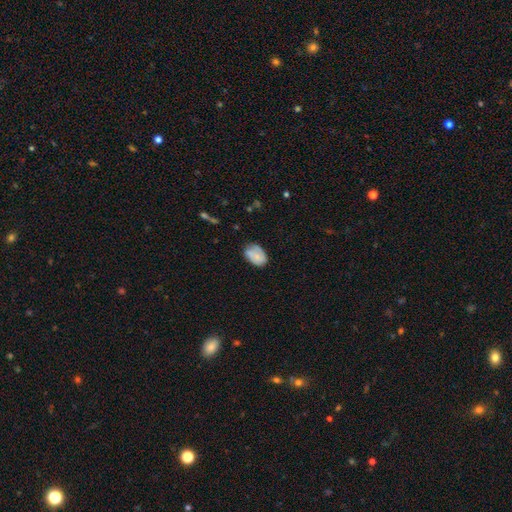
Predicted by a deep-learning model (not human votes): Smooth or featured? smooth (69%)
How rounded? in between (85%)
Merging? none (57%)